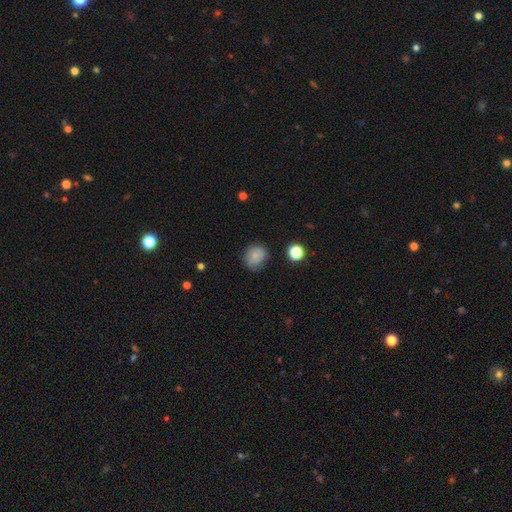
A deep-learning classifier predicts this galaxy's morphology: Q: Smooth or featured?
A: smooth (83%); runner-up: star or artifact (10%)
Q: How rounded?
A: round (74%); runner-up: in between (25%)
Q: Merging?
A: none (78%); runner-up: minor disturbance (16%)